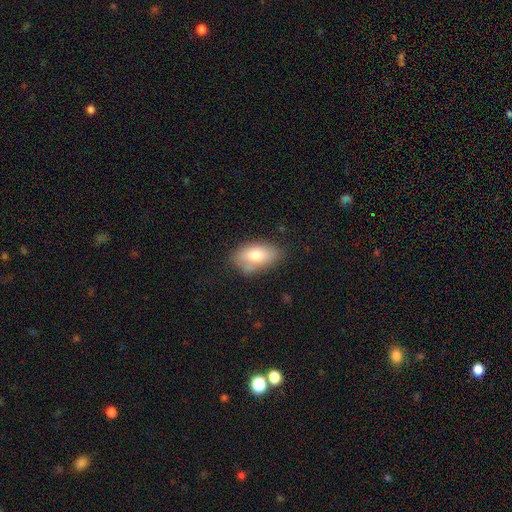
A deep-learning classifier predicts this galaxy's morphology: Smooth or featured? smooth (75%)
How rounded? in between (91%)
Merging? none (67%)